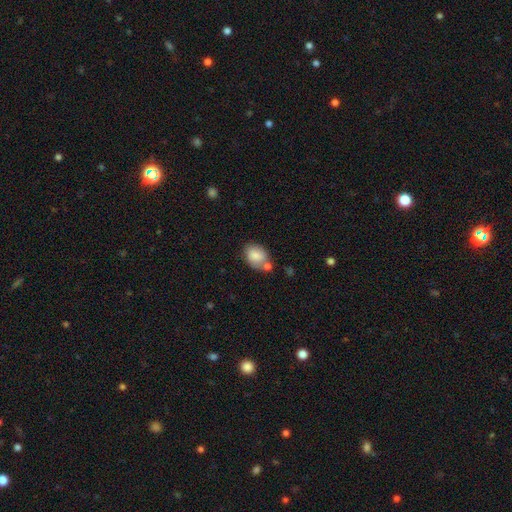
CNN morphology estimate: Smooth or featured? Predicted: smooth (p=0.82). How rounded? Predicted: in between (p=0.68). Merging? Predicted: none (p=0.53).